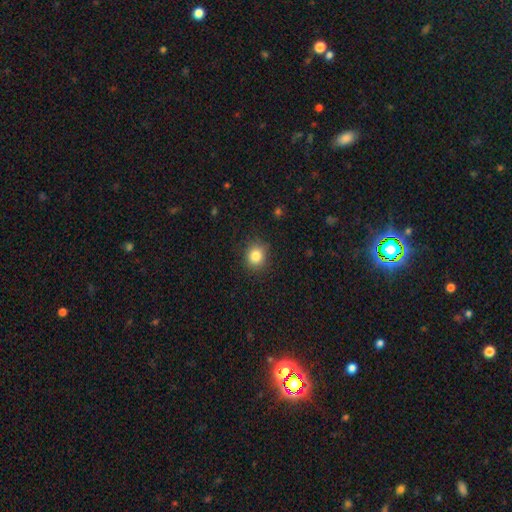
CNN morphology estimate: smooth-or-featured: smooth: 84% | star or artifact: 11% | featured or disk: 5%
  how-rounded: round: 81% | in between: 18% | cigar-shaped: 1%
  merging: none: 88% | minor disturbance: 8% | major disturbance: 3% | merger: 1%